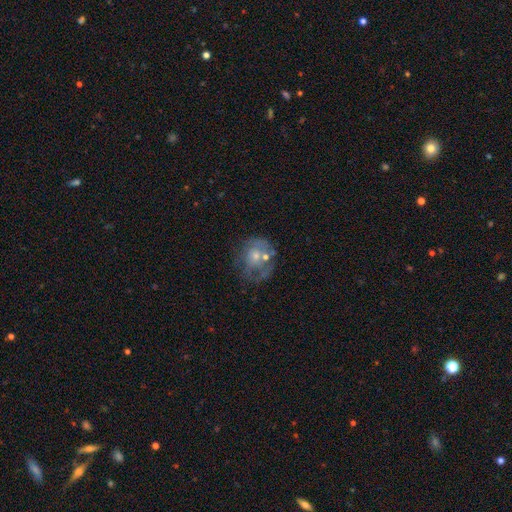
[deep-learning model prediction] The model was most divided on "bulge size": small: 47%, moderate: 41%, none: 7%, large: 3%, dominant: 1%. Remaining: edge-on disk — no (97%); bar — no (85%); spiral arms — no (59%); smooth or featured — featured or disk (56%); merging — none (46%).